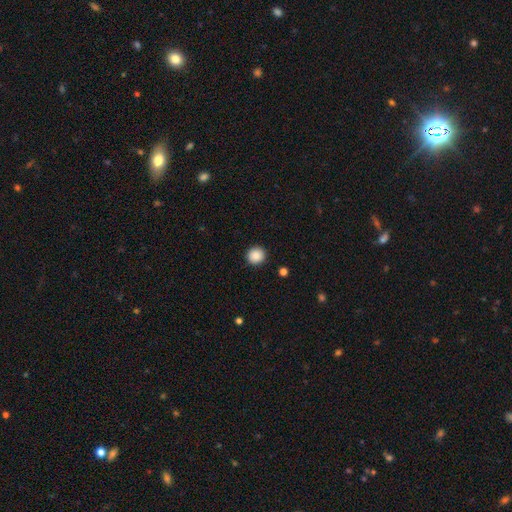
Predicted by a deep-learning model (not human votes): smooth-or-featured: smooth: 88% | star or artifact: 9% | featured or disk: 3%
  how-rounded: round: 93% | in between: 6% | cigar-shaped: 1%
  merging: none: 92% | minor disturbance: 5% | major disturbance: 2% | merger: 1%